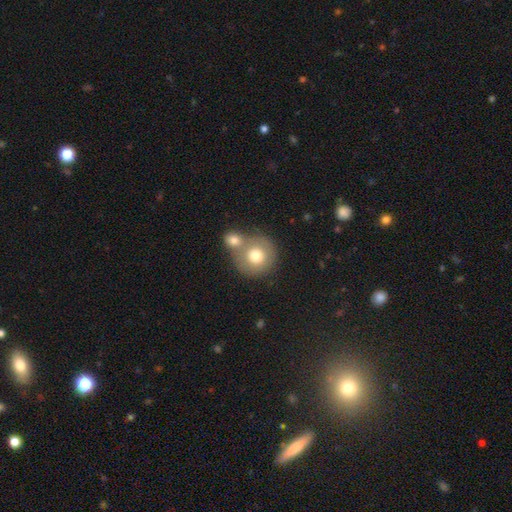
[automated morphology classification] Smooth or featured?
  - smooth: 74% *
  - featured or disk: 19%
  - star or artifact: 8%
How rounded?
  - round: 91% *
  - in between: 8%
  - cigar-shaped: 1%
Merging?
  - merger: 45% *
  - none: 43%
  - minor disturbance: 9%
  - major disturbance: 4%